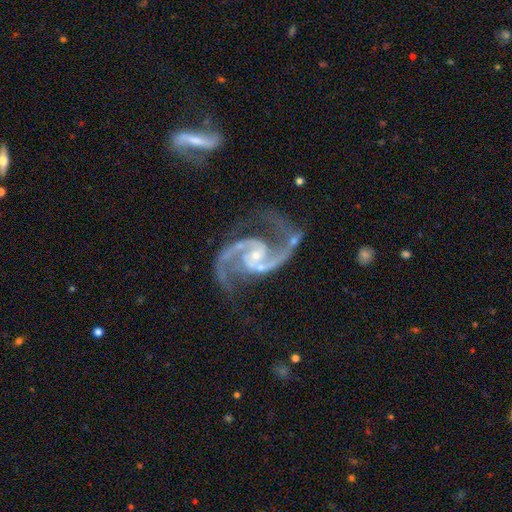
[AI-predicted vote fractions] smooth_or_featured: featured or disk (p=0.94) [alt: star or artifact p=0.04]
disk_edge_on: no (p=0.98) [alt: yes p=0.02]
bar: no (p=0.51) [alt: weak p=0.37]
has_spiral_arms: yes (p=0.99) [alt: no p=0.01]
spiral_winding: medium (p=0.65) [alt: loose p=0.22]
spiral_arm_count: 2 (p=0.93) [alt: 3 p=0.02]
bulge_size: small (p=0.67) [alt: moderate p=0.26]
merging: none (p=0.65) [alt: minor disturbance p=0.19]